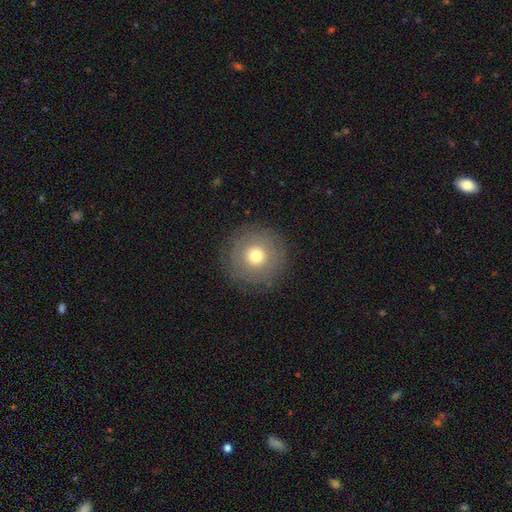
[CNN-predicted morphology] Smooth or featured: smooth — 67% (featured or disk — 23%)
How rounded: round — 96% (in between — 3%)
Merging: none — 87% (minor disturbance — 8%)